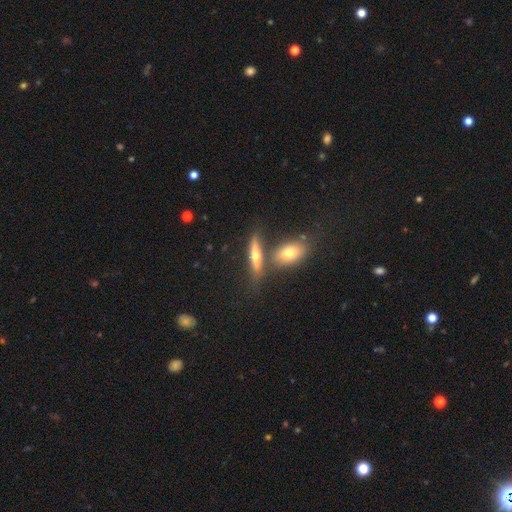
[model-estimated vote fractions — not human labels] The model was most divided on "smooth or featured": smooth: 48%, featured or disk: 43%, star or artifact: 9%. More confident: merging — none (61%).